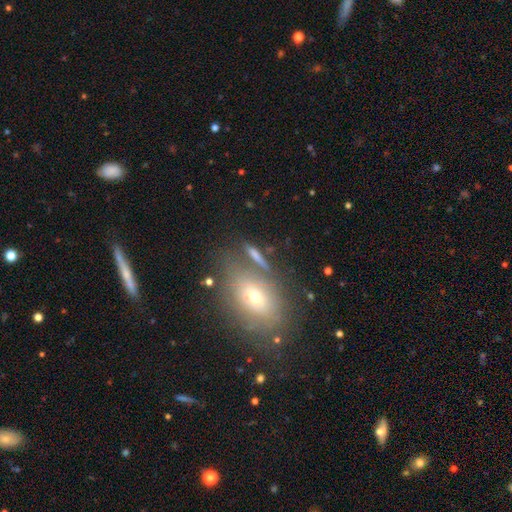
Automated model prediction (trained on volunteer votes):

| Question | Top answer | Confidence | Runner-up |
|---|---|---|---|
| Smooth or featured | smooth | 60% | featured or disk (25%) |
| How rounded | cigar-shaped | 45% | in between (37%) |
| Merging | none | 69% | minor disturbance (12%) |